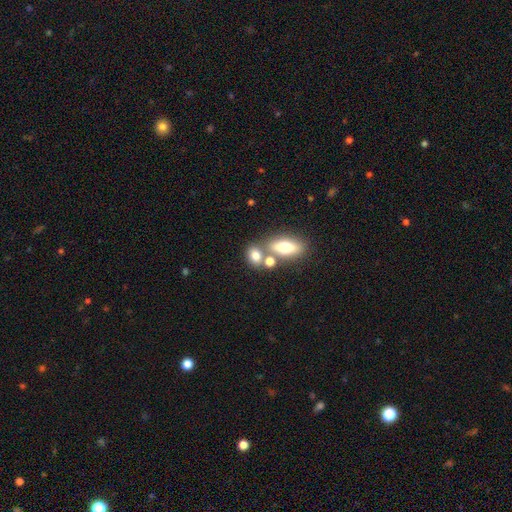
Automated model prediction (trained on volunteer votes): This is likely a smooth galaxy (75%). How rounded: likely in between (62%). Merging: possibly none (50%).